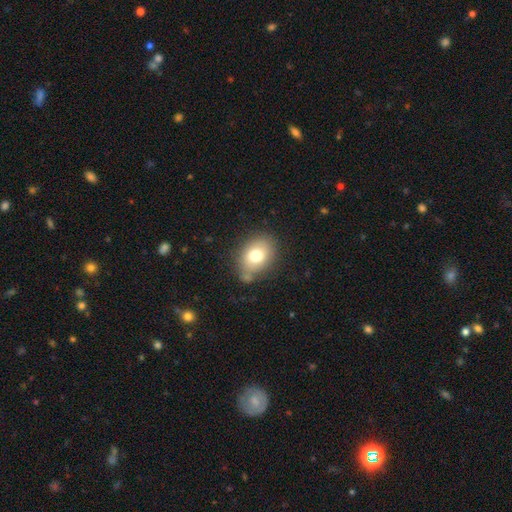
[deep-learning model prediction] smooth_or_featured: smooth (p=0.74) [alt: featured or disk p=0.16]
how_rounded: in between (p=0.64) [alt: round p=0.35]
merging: none (p=0.68) [alt: minor disturbance p=0.19]